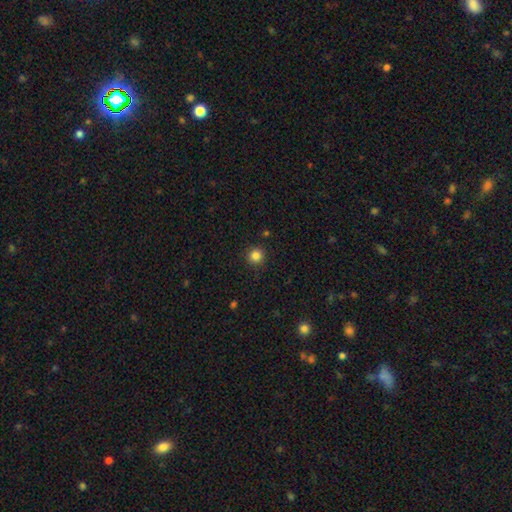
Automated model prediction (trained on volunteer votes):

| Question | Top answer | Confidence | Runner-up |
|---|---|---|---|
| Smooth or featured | smooth | 84% | star or artifact (12%) |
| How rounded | round | 95% | in between (5%) |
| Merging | none | 92% | minor disturbance (5%) |